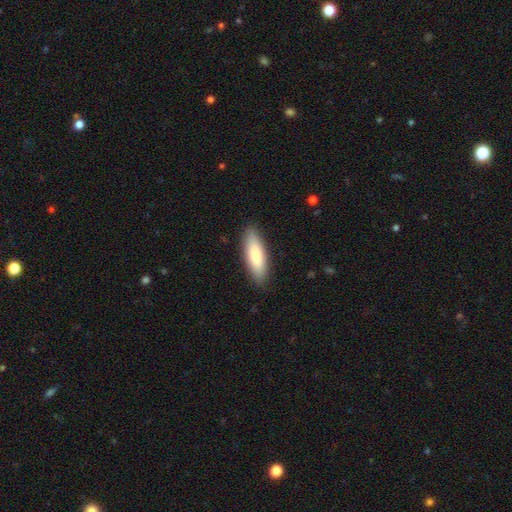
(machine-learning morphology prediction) Overall: smooth (83%). How rounded: in between (51%; cigar-shaped 47%). Merging: none (88%).